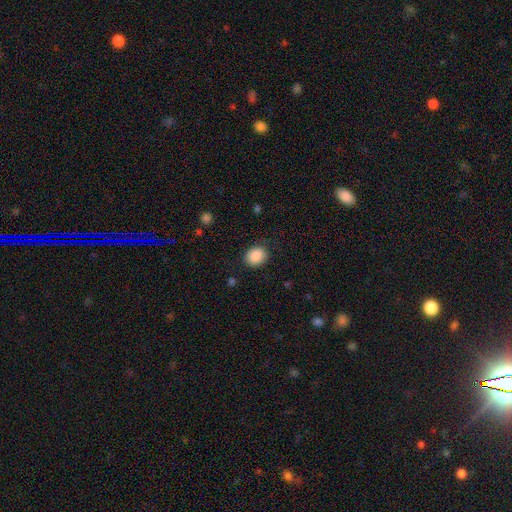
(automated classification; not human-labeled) Morphology: type=smooth (89%); roundness=round (58%); merging=none (88%).